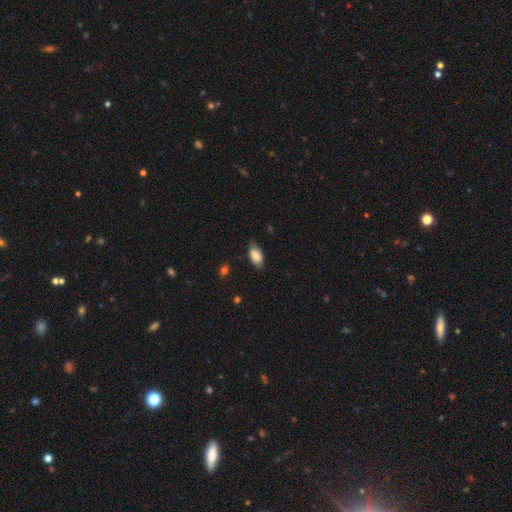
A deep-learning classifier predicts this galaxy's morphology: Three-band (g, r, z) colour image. It shows a smooth galaxy with no disk features (83%) that is in between round and cigar-shaped (93%). Merging: none (72%).